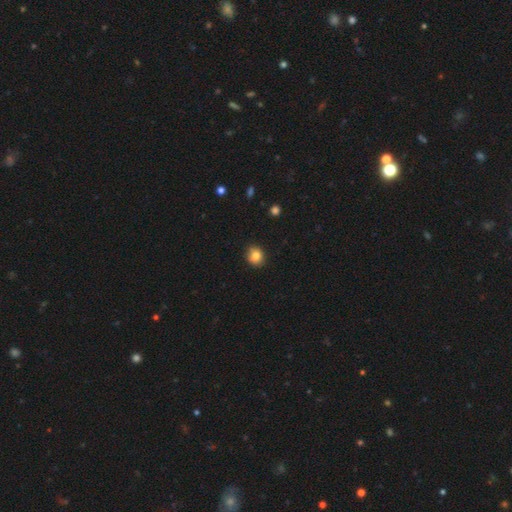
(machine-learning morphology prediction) smooth-or-featured: smooth: 83% | star or artifact: 10% | featured or disk: 7%
  how-rounded: round: 78% | in between: 21% | cigar-shaped: 1%
  merging: none: 87% | minor disturbance: 10% | major disturbance: 2% | merger: 1%